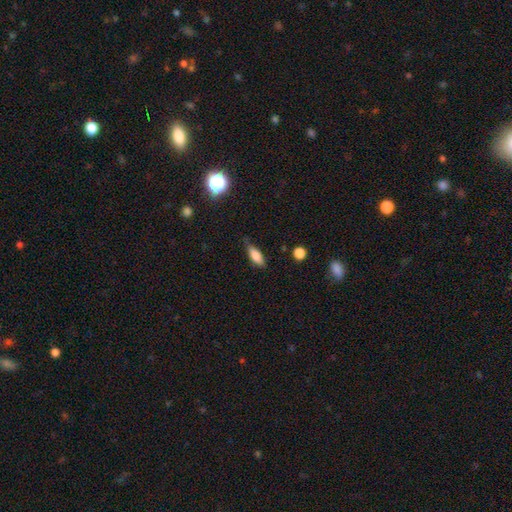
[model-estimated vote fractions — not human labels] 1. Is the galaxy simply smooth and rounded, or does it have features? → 77% smooth, 15% featured or disk, 8% star or artifact.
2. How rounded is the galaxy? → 68% in between, 29% cigar-shaped, 3% round.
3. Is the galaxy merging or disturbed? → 71% none, 23% minor disturbance, 4% major disturbance, 2% merger.